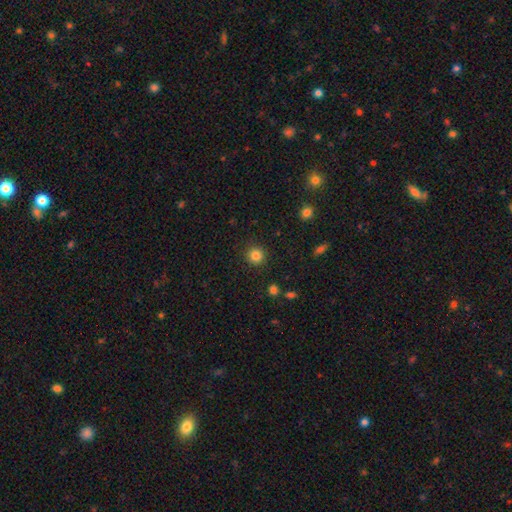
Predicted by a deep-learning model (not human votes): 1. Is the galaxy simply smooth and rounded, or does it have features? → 83% smooth, 12% star or artifact, 5% featured or disk.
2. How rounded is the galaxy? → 94% round, 5% in between, 1% cigar-shaped.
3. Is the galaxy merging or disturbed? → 90% none, 6% minor disturbance, 2% major disturbance, 1% merger.